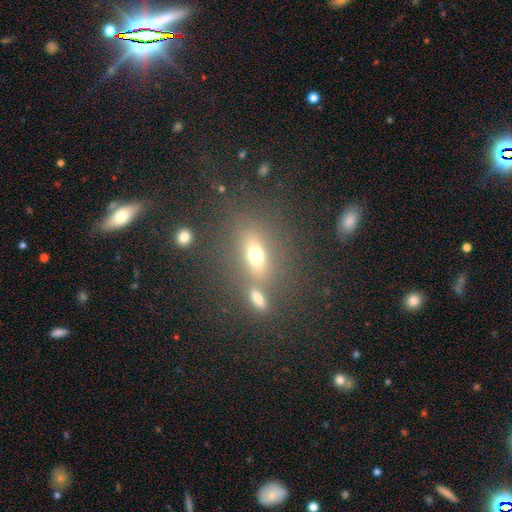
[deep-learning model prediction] Morphology: type=smooth (64%); roundness=in between (65%); merging=none (64%).